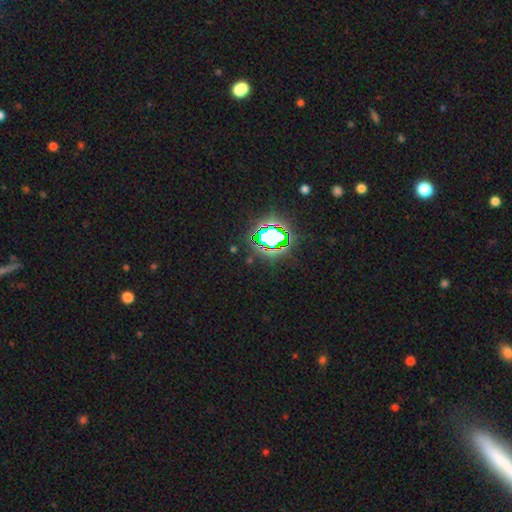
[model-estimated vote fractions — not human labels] Smooth or featured?
  - star or artifact: 81% *
  - smooth: 12%
  - featured or disk: 8%